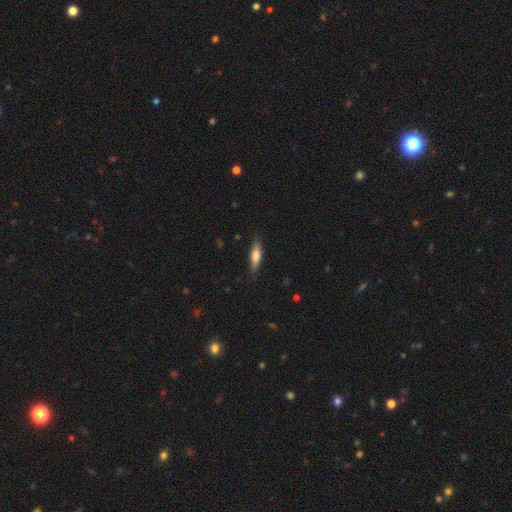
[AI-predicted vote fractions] A smooth galaxy with no disk features (67%) that is cigar-shaped (60%).

Vote fractions:
- Smooth or featured? smooth: 67% / featured or disk: 27% / star or artifact: 6%
- How rounded? cigar-shaped: 60% / in between: 38% / round: 2%
- Merging? none: 84% / minor disturbance: 12% / major disturbance: 2% / merger: 1%